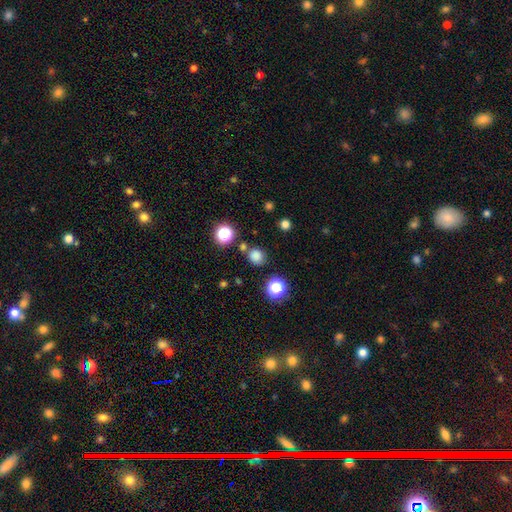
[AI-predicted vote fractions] Smooth or featured?
  - smooth: 77% *
  - star or artifact: 18%
  - featured or disk: 5%
How rounded?
  - round: 79% *
  - in between: 20%
  - cigar-shaped: 1%
Merging?
  - none: 76% *
  - minor disturbance: 12%
  - merger: 9%
  - major disturbance: 4%